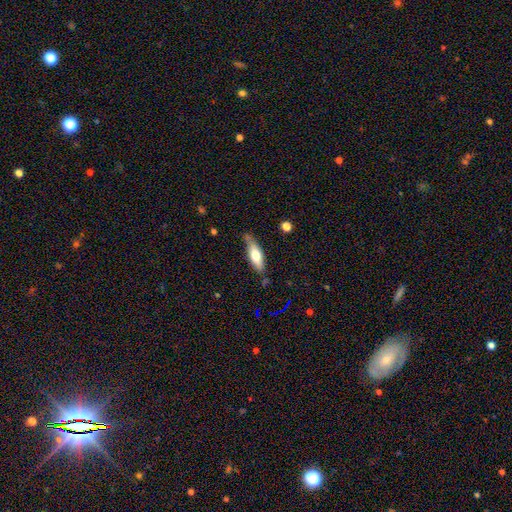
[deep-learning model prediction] This appears to be a smooth galaxy with no disk features (65%) that is in between round and cigar-shaped (52%). Merging: none (68%).